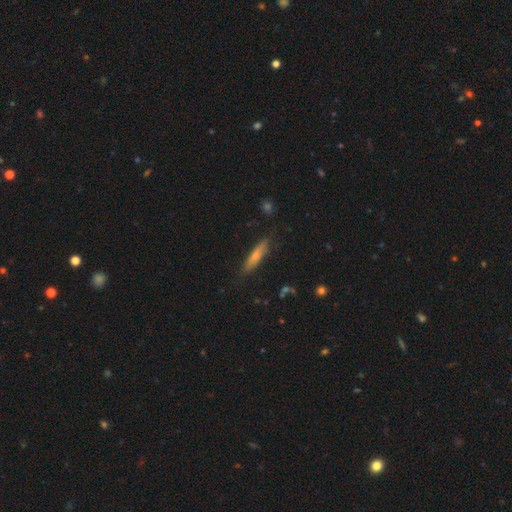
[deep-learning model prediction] Q: Smooth or featured?
A: smooth (63%); runner-up: featured or disk (30%)
Q: How rounded?
A: cigar-shaped (84%); runner-up: in between (14%)
Q: Merging?
A: none (83%); runner-up: minor disturbance (13%)